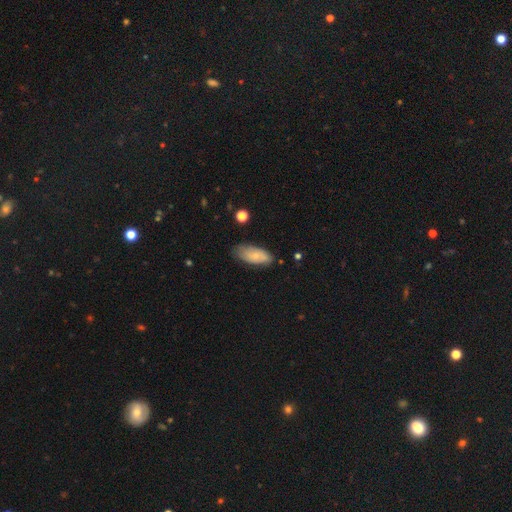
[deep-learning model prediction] Smooth or featured?
  - smooth: 66% *
  - featured or disk: 27%
  - star or artifact: 7%
How rounded?
  - in between: 87% *
  - cigar-shaped: 11%
  - round: 2%
Merging?
  - none: 69% *
  - minor disturbance: 24%
  - major disturbance: 5%
  - merger: 2%